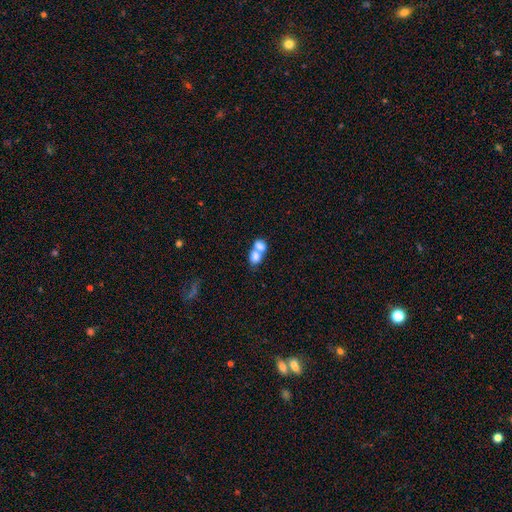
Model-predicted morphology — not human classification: smooth 76%, featured or disk 15%, star or artifact 9%. Down the decision tree: how rounded — in between (61%); merging — merger (71%).